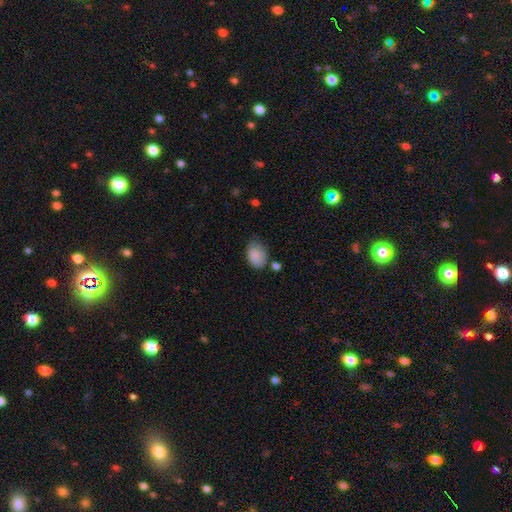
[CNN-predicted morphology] A smooth galaxy with no disk features (86%) that is in between round and cigar-shaped (80%). Merging: none (58%).